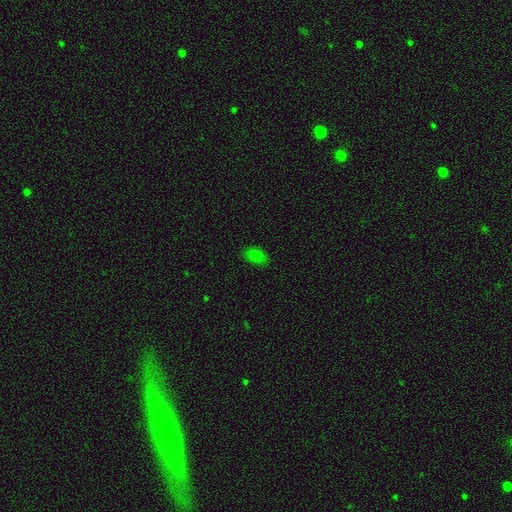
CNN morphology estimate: The model was most divided on "smooth or featured": smooth: 79%, star or artifact: 13%, featured or disk: 8%. More confident: how rounded — in between (87%); merging — none (84%).